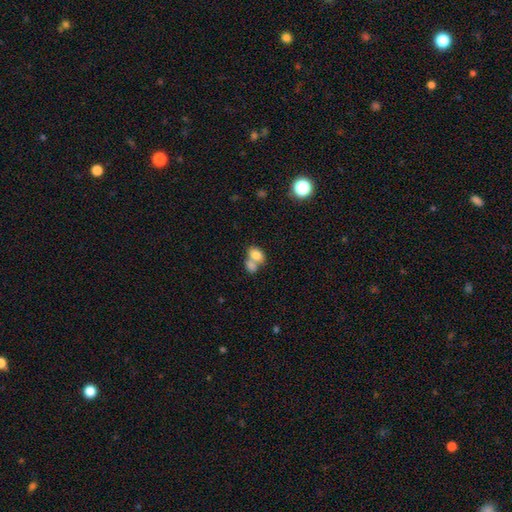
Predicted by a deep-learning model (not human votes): This is likely a smooth galaxy (78%). How rounded: likely in between (73%). Merging: likely merger (63%).